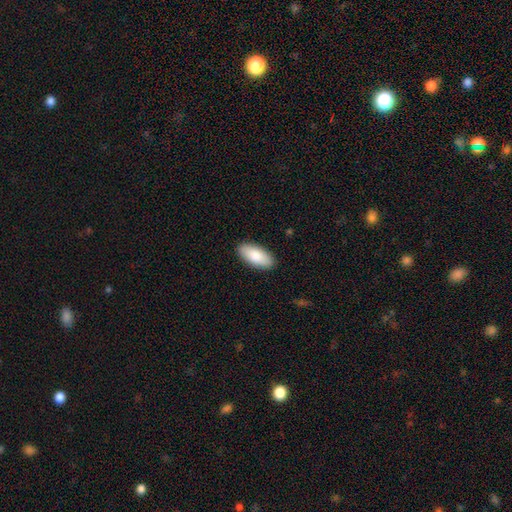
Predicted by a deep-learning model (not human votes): This is clearly a smooth galaxy (83%). How rounded: clearly in between (88%). Merging: clearly none (90%).